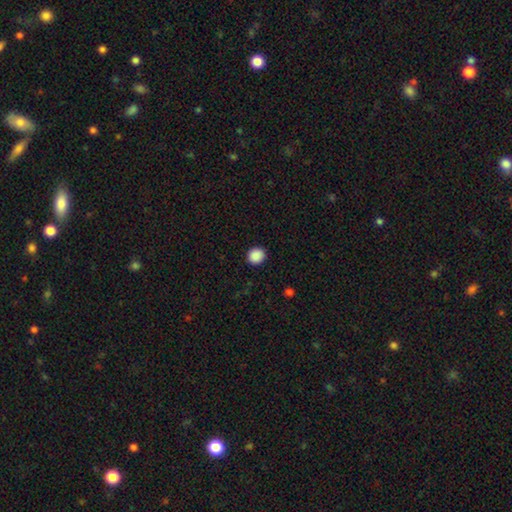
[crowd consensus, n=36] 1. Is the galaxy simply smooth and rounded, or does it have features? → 100% smooth, 0% featured or disk, 0% star or artifact.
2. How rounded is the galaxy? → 97% round, 3% in between, 0% cigar-shaped.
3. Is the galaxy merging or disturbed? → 100% none, 0% minor disturbance, 0% major disturbance, 0% merger.